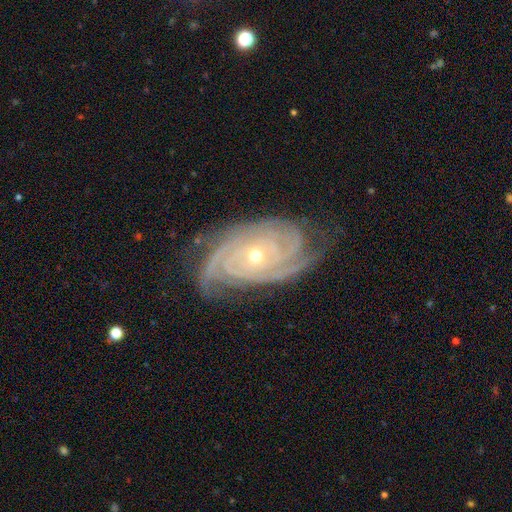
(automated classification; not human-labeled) This appears to be a featured or disk galaxy (91%) with no bar (78%), 3 (30%) tight (80%) spiral arms (98%) and a small central bulge (59%). Merging: none (74%).